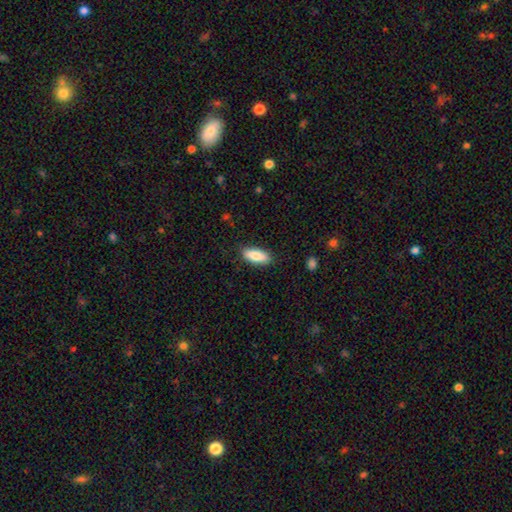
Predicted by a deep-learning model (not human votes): smooth-or-featured: smooth: 82% | featured or disk: 12% | star or artifact: 6%
  how-rounded: in between: 79% | cigar-shaped: 19% | round: 2%
  merging: none: 86% | minor disturbance: 10% | major disturbance: 2% | merger: 1%